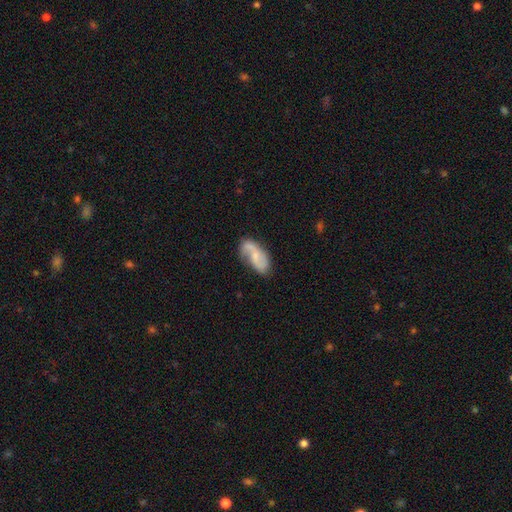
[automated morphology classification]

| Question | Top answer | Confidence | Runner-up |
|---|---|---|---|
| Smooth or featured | featured or disk | 63% | smooth (31%) |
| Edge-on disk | no | 96% | yes (4%) |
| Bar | no | 57% | weak (35%) |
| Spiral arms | yes | 90% | no (10%) |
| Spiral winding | loose | 45% | medium (39%) |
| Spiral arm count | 2 | 77% | 1 (12%) |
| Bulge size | small | 52% | moderate (26%) |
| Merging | none | 61% | minor disturbance (25%) |